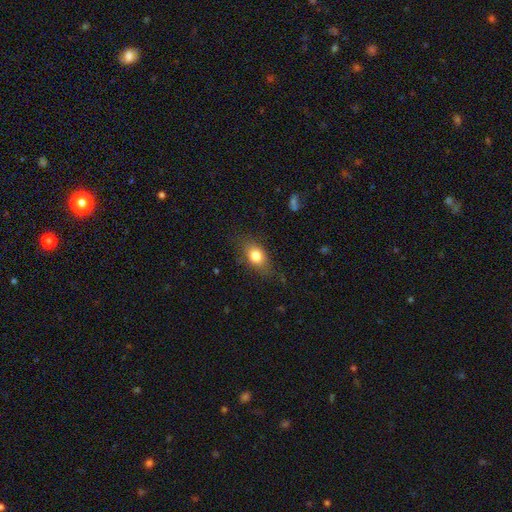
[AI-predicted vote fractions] This is likely a smooth galaxy (78%). How rounded: likely in between (70%). Merging: likely none (76%).